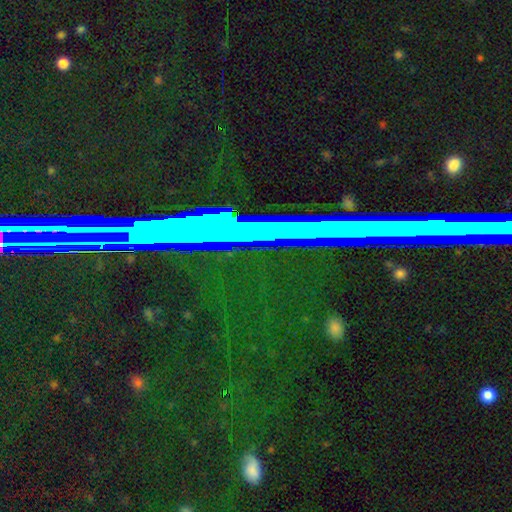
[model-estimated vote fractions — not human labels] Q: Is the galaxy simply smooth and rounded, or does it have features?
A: star or artifact — 74%.